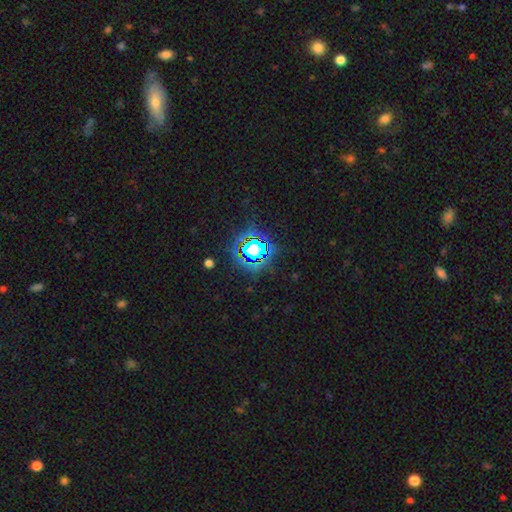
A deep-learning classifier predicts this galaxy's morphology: smooth-or-featured: star or artifact: 73% | smooth: 15% | featured or disk: 12%